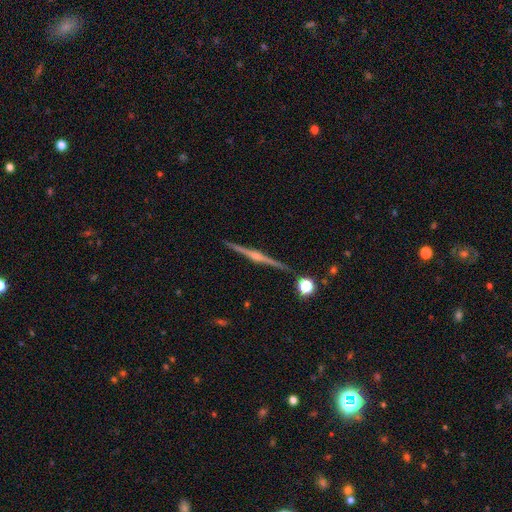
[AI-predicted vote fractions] Smooth or featured?
  - featured or disk: 87% *
  - smooth: 7%
  - star or artifact: 6%
Edge-on disk?
  - yes: 99% *
  - no: 1%
Edge-on bulge?
  - rounded: 89% *
  - boxy: 6%
  - none: 5%
Merging?
  - none: 92% *
  - minor disturbance: 6%
  - merger: 2%
  - major disturbance: 1%